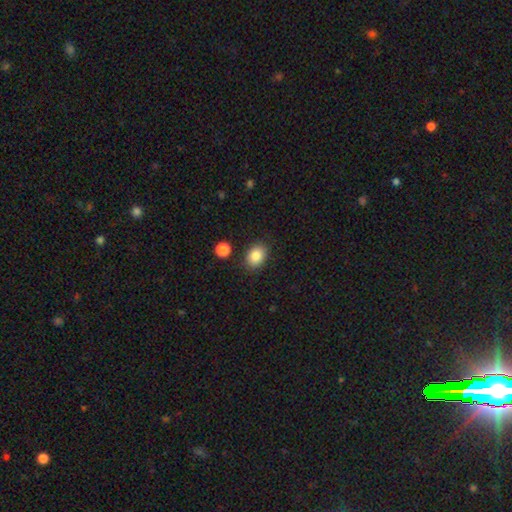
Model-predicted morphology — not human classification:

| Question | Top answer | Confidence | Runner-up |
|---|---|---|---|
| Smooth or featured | smooth | 85% | star or artifact (9%) |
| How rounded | in between | 65% | round (34%) |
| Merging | none | 85% | minor disturbance (10%) |